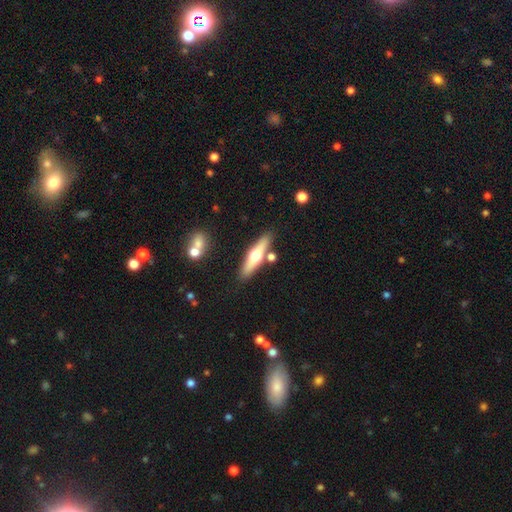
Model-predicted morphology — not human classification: type=featured or disk (54%); edge-on=yes (92%); merging=none (82%).